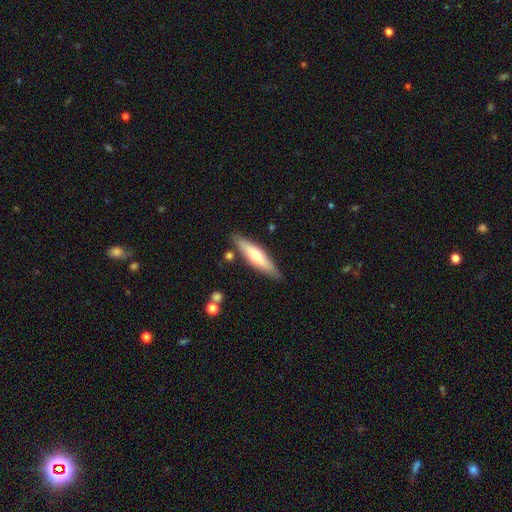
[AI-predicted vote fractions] smooth-or-featured: smooth: 51% | featured or disk: 43% | star or artifact: 5%
  how-rounded: cigar-shaped: 75% | in between: 24% | round: 2%
  merging: none: 83% | minor disturbance: 11% | merger: 3% | major disturbance: 2%